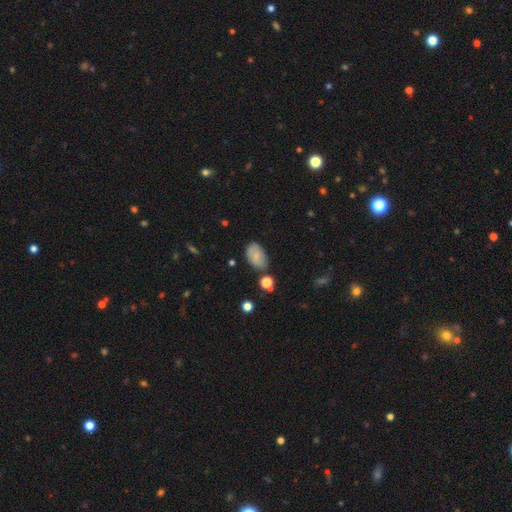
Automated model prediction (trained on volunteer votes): Q: Smooth or featured?
A: smooth (77%); runner-up: featured or disk (14%)
Q: How rounded?
A: in between (91%); runner-up: round (8%)
Q: Merging?
A: none (72%); runner-up: minor disturbance (19%)